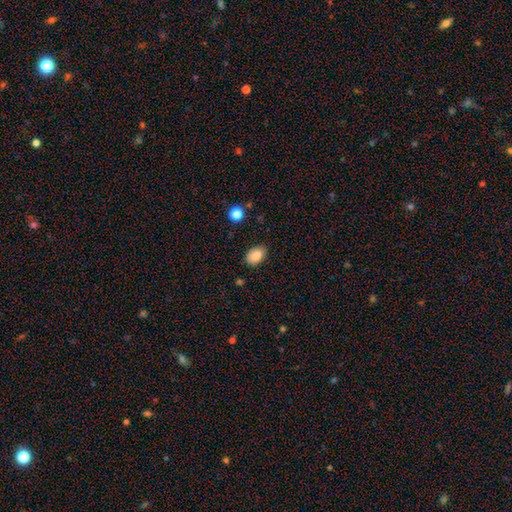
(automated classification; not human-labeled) A smooth galaxy with no disk features (86%) that is in between round and cigar-shaped (88%).

Vote fractions:
- Smooth or featured? smooth: 86% / star or artifact: 8% / featured or disk: 6%
- How rounded? in between: 88% / round: 11% / cigar-shaped: 1%
- Merging? none: 83% / minor disturbance: 13% / major disturbance: 3% / merger: 1%